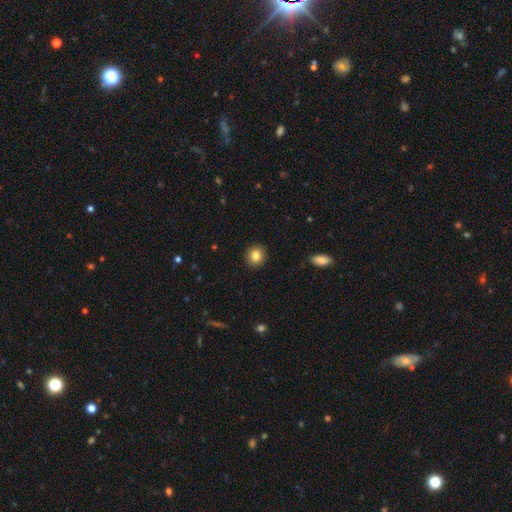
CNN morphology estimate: The model was most divided on "smooth or featured": smooth: 84%, star or artifact: 10%, featured or disk: 7%. More confident: merging — none (92%); how rounded — round (89%).